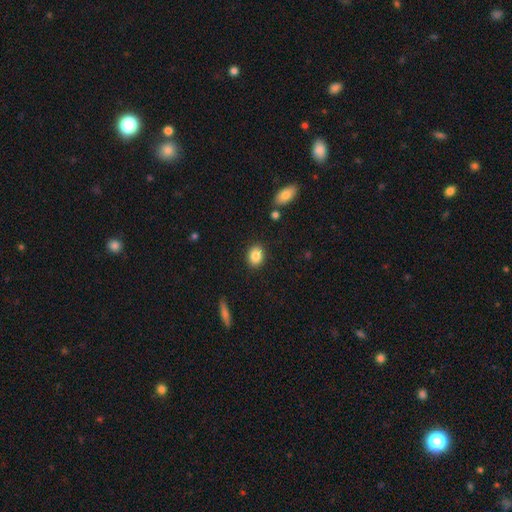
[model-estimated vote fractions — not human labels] smooth 86%, star or artifact 8%, featured or disk 5%. Down the decision tree: how rounded — in between (61%); merging — none (88%).